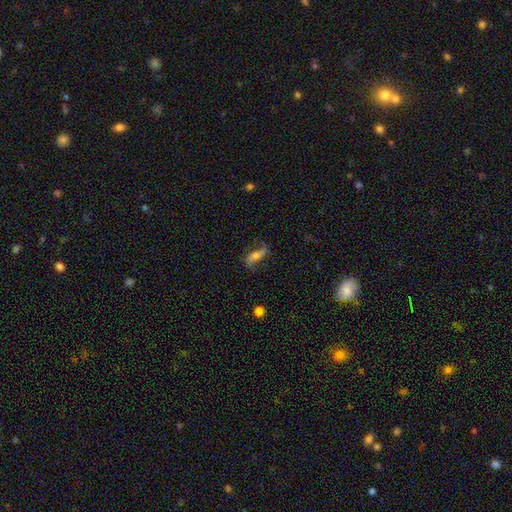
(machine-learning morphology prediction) Smooth or featured? featured or disk (54%)
Edge-on disk? no (66%)
Merging? none (67%)